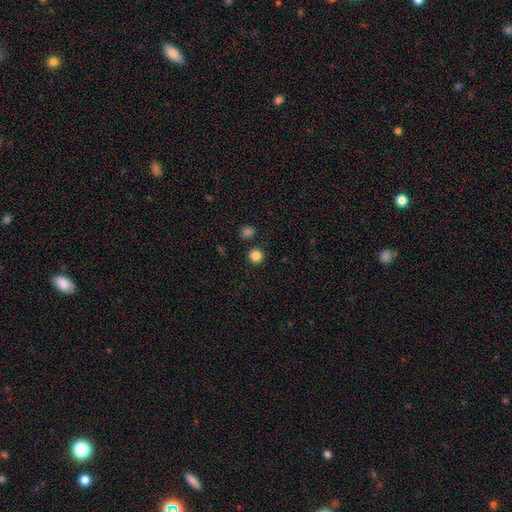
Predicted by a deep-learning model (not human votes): Morphology: type=smooth (85%); roundness=round (93%); merging=none (88%).